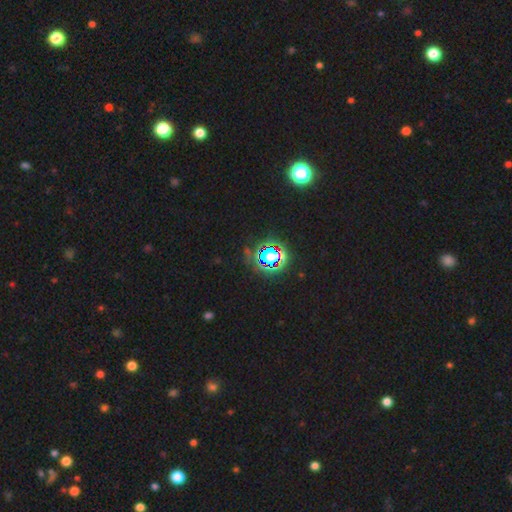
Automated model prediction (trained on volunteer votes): Morphology: type=star or artifact (81%).